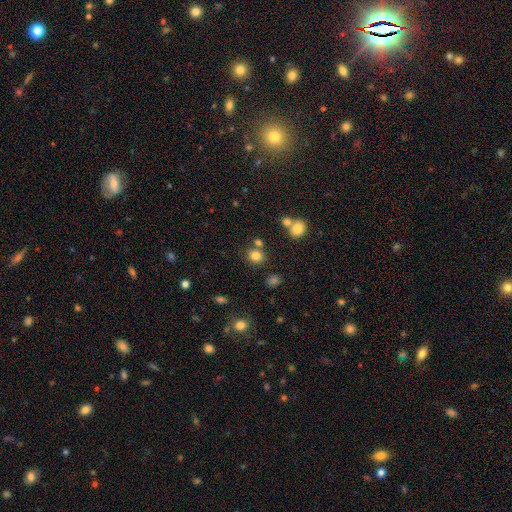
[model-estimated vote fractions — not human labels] Morphology: type=smooth (80%); roundness=round (73%); merging=none (73%).